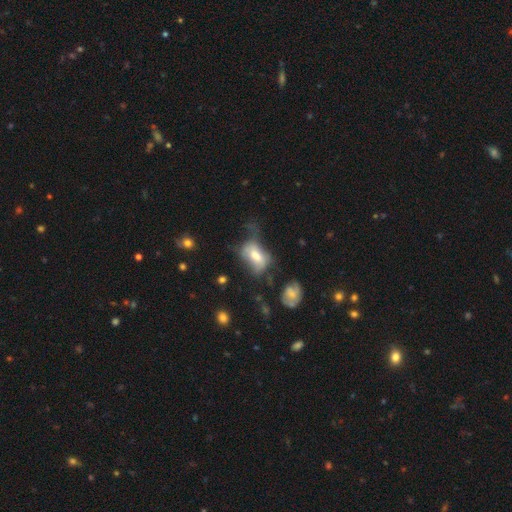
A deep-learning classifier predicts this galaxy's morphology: Overall: smooth (58%; featured or disk 33%). How rounded: in between (84%). Merging: major disturbance (42%; minor disturbance 26%).